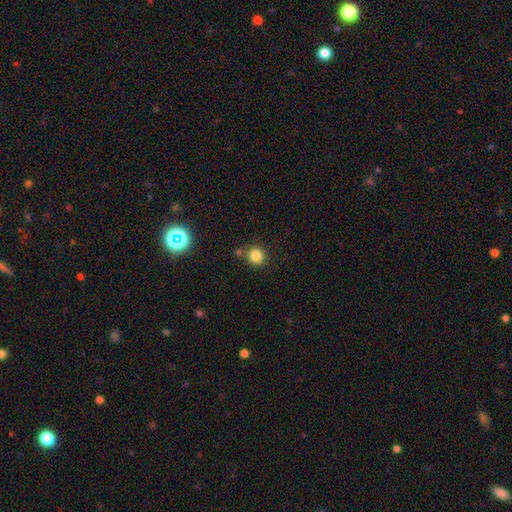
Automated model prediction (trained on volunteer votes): A smooth galaxy with no disk features (81%) that is round (91%). Merging: none (77%).